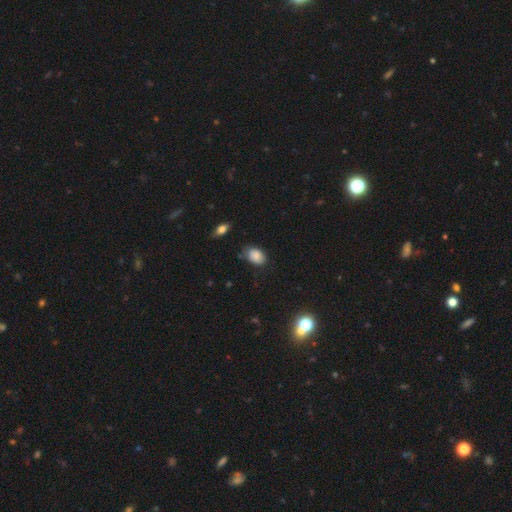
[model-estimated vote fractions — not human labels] Morphology: type=smooth (85%); roundness=in between (82%); merging=none (72%).